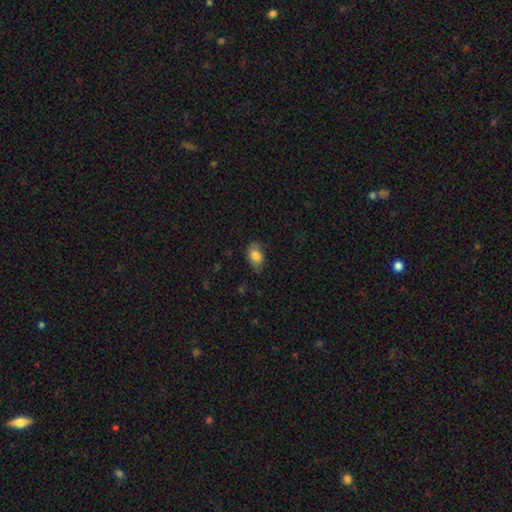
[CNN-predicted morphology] A smooth galaxy with no disk features (81%) that is in between round and cigar-shaped (85%).

Vote fractions:
- Smooth or featured? smooth: 81% / featured or disk: 11% / star or artifact: 8%
- How rounded? in between: 85% / round: 13% / cigar-shaped: 1%
- Merging? none: 76% / minor disturbance: 18% / major disturbance: 4% / merger: 1%